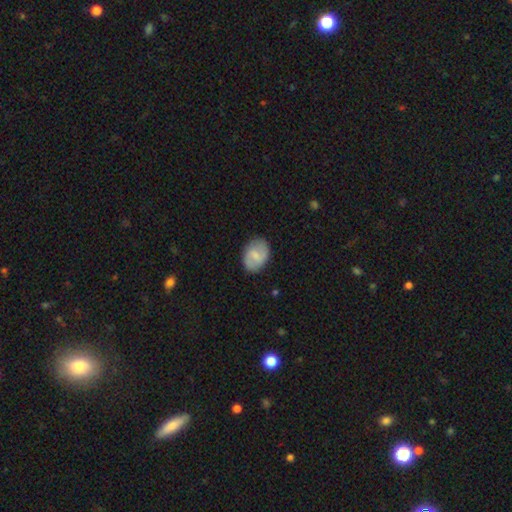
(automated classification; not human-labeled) Smooth or featured?
  - featured or disk: 47% * (tied)
  - smooth: 47% * (tied)
  - star or artifact: 6%
Merging?
  - none: 83% *
  - minor disturbance: 13%
  - major disturbance: 3%
  - merger: 1%